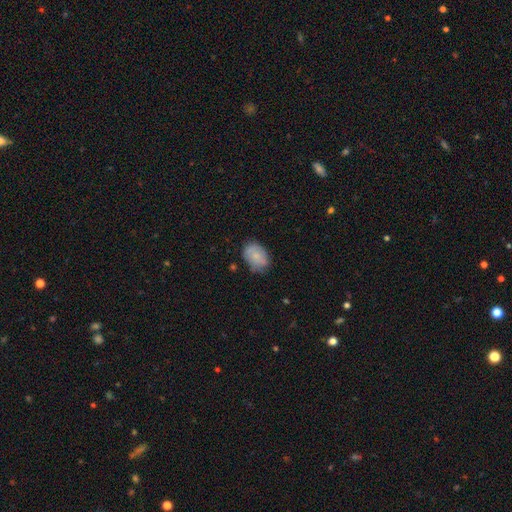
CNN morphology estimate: Q: Smooth or featured?
A: smooth (75%); runner-up: featured or disk (18%)
Q: How rounded?
A: in between (79%); runner-up: round (20%)
Q: Merging?
A: none (66%); runner-up: minor disturbance (26%)